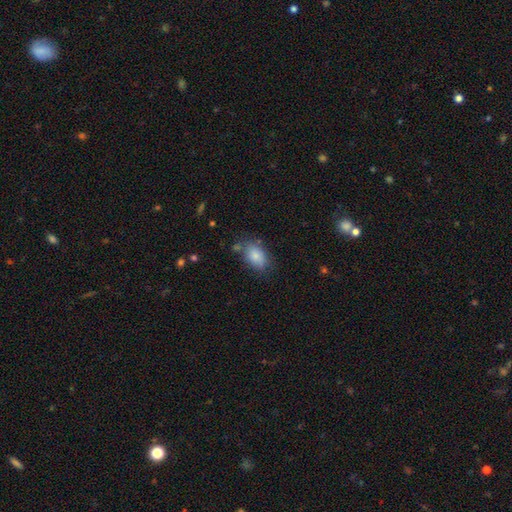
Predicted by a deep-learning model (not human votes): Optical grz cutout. It shows a smooth galaxy with no disk features (83%) that is in between round and cigar-shaped (88%). Merging: none (69%).